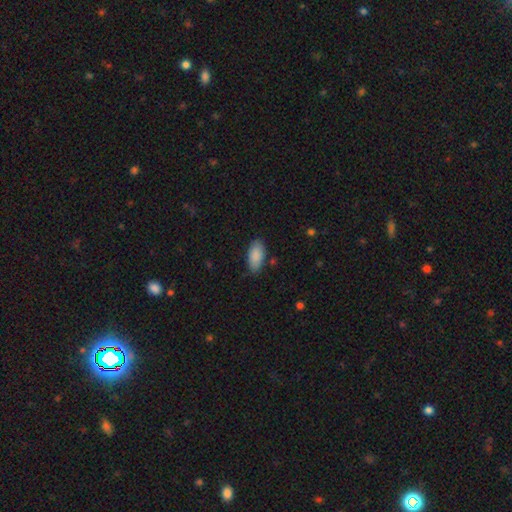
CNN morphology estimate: Smooth or featured? smooth (89%)
How rounded? in between (93%)
Merging? none (80%)